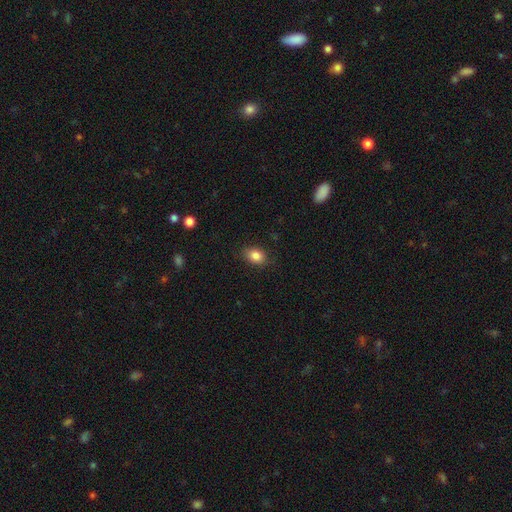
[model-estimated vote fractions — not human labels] smooth 85%, star or artifact 9%, featured or disk 6%. Down the decision tree: how rounded — in between (71%); merging — none (82%).